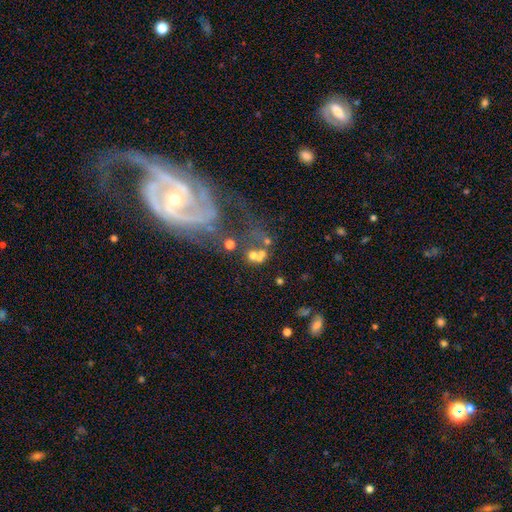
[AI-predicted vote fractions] smooth-or-featured: smooth: 51% | featured or disk: 28% | star or artifact: 21%
  how-rounded: round: 74% | in between: 24% | cigar-shaped: 2%
  merging: none: 38% | merger: 36% | major disturbance: 16% | minor disturbance: 11%